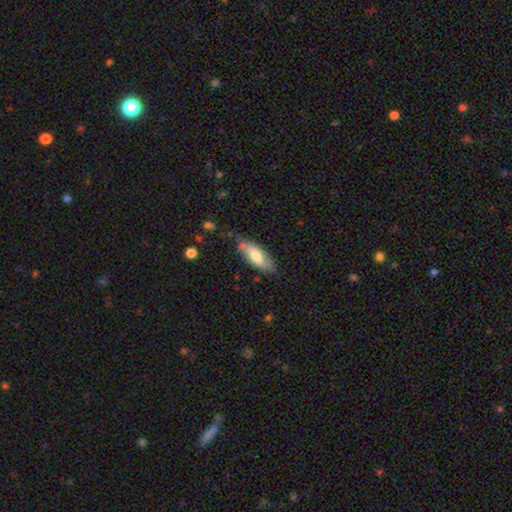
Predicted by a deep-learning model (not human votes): Morphology: type=smooth (66%); roundness=in between (72%); merging=none (66%).